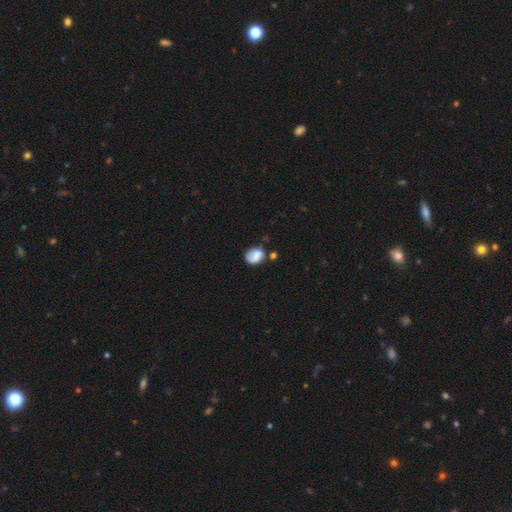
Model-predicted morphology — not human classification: type=smooth (75%); roundness=round (52%); merging=none (49%).